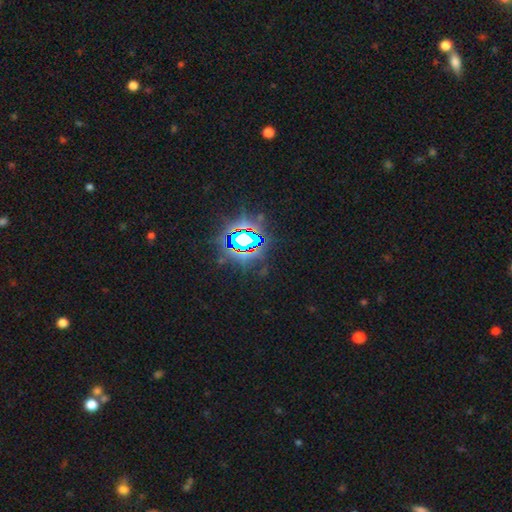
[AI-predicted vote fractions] star or artifact 84%, smooth 9%, featured or disk 7%.